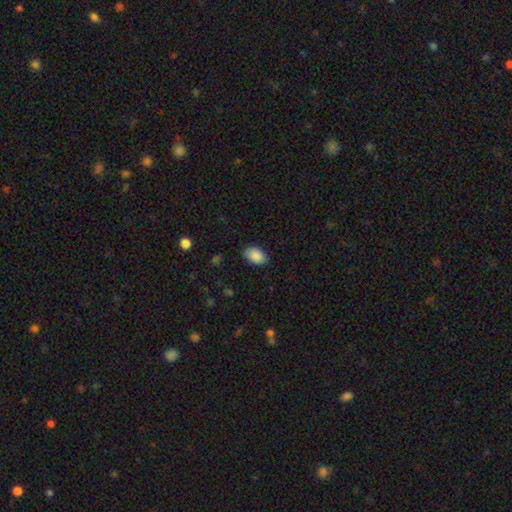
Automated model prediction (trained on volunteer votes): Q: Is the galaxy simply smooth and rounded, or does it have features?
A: smooth — 88%.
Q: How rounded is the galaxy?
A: in between — 87%.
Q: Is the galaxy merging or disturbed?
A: none — 82%.